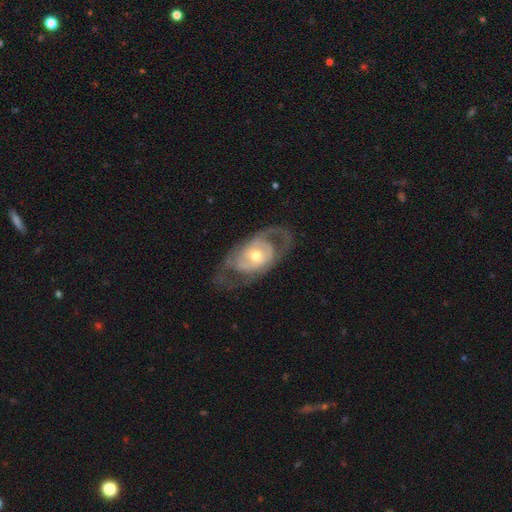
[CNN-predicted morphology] This is likely a featured or disk galaxy (78%). It is clearly not viewed edge-on (93%). Bar: likely no (72%). Spiral arm pattern: likely yes (68%). Central bulge: likely moderate (65%). Merging: likely none (61%).